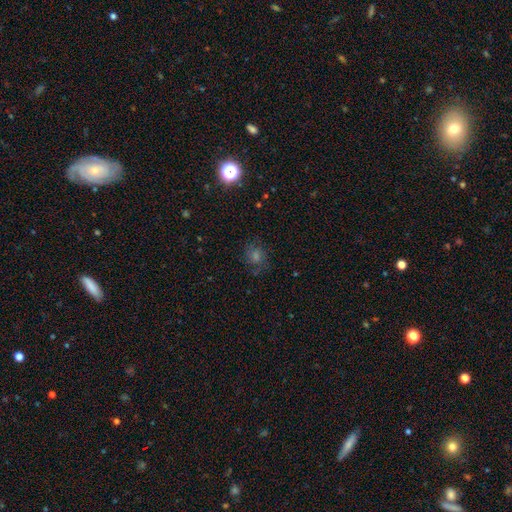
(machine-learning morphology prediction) Q: Smooth or featured?
A: smooth (37%); runner-up: star or artifact (36%)
Q: Merging?
A: none (77%); runner-up: minor disturbance (14%)